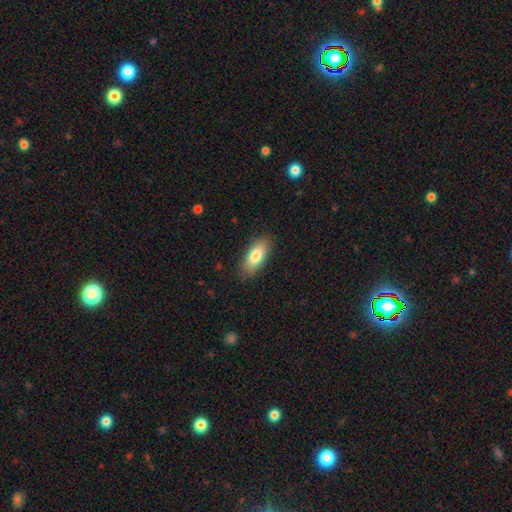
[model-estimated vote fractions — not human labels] This appears to be a smooth galaxy with no disk features (81%) that is in between round and cigar-shaped (81%). Merging: none (86%).